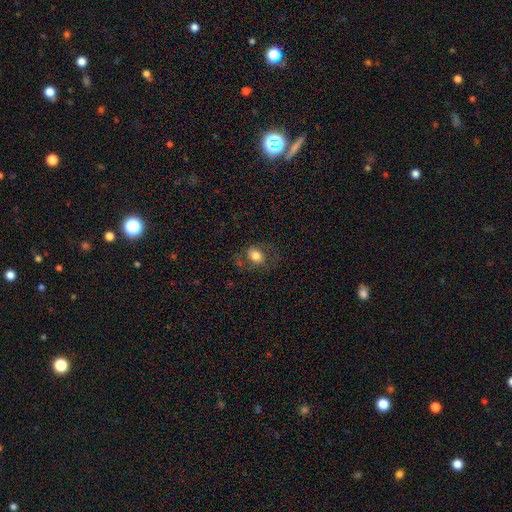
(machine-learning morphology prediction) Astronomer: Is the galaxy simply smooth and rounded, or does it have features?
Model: smooth — 67%.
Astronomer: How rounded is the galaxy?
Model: round — 49%, tied with in between at 49%.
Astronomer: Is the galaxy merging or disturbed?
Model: none — 63%.